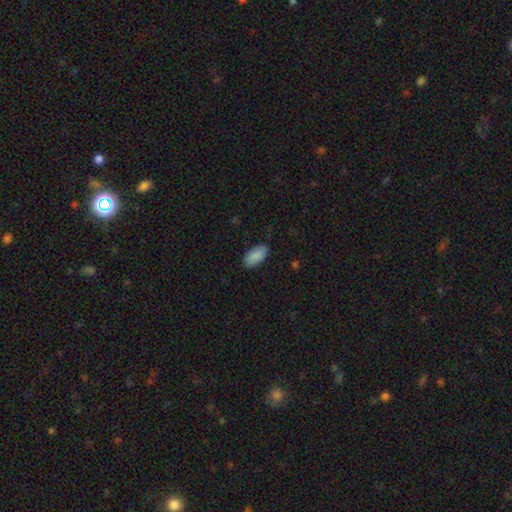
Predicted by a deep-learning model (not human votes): Morphology: type=smooth (89%); roundness=in between (94%); merging=none (85%).